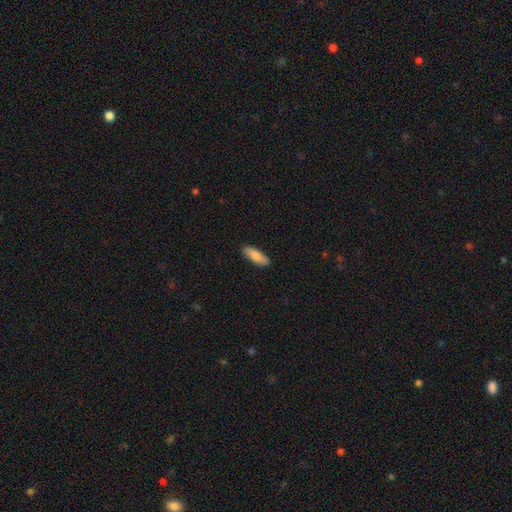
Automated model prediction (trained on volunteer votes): A smooth galaxy with no disk features (83%) that is in between round and cigar-shaped (61%). Merging: none (89%).